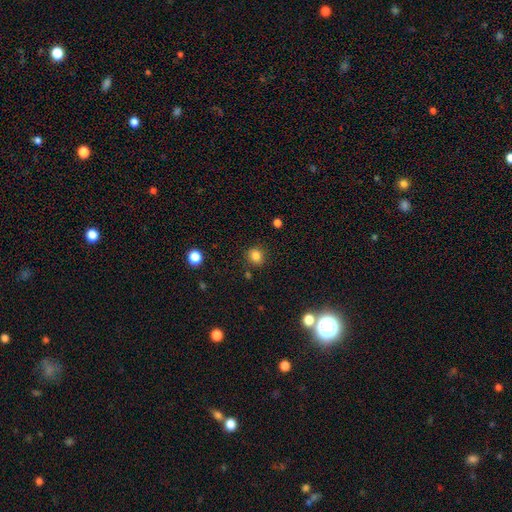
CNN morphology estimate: smooth_or_featured: smooth (p=0.83) [alt: star or artifact p=0.12]
how_rounded: round (p=0.80) [alt: in between p=0.19]
merging: none (p=0.87) [alt: minor disturbance p=0.08]